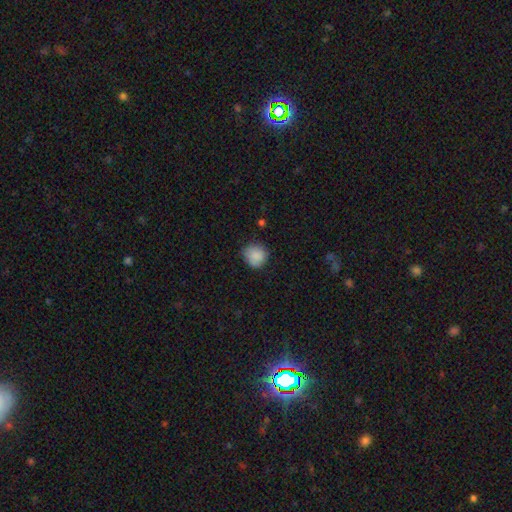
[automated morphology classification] smooth 86%, star or artifact 8%, featured or disk 6%. Down the decision tree: how rounded — round (86%); merging — none (70%).